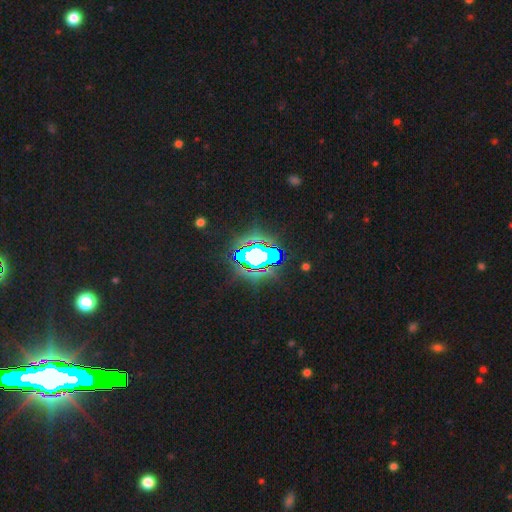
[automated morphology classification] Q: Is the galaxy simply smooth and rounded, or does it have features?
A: star or artifact — 68%.